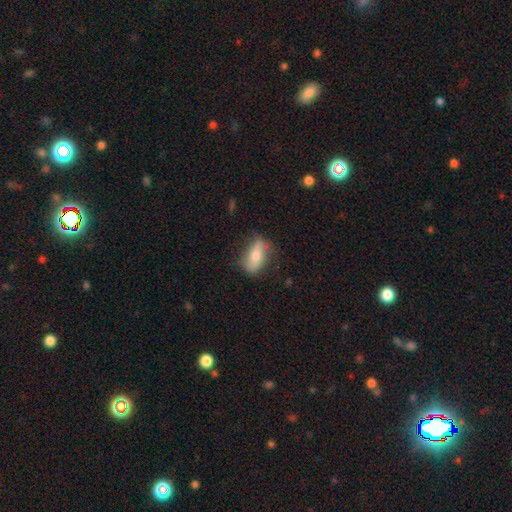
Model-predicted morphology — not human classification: smooth_or_featured: smooth (p=0.61) [alt: featured or disk p=0.32]
how_rounded: in between (p=0.76) [alt: cigar-shaped p=0.19]
merging: none (p=0.71) [alt: minor disturbance p=0.21]